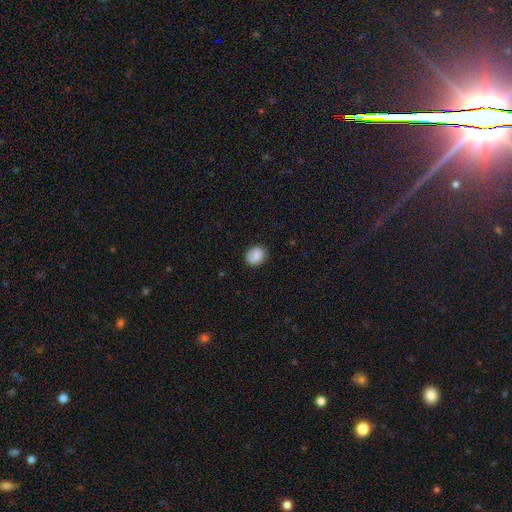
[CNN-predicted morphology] A smooth galaxy with no disk features (84%) that is round (59%). Merging: none (83%).